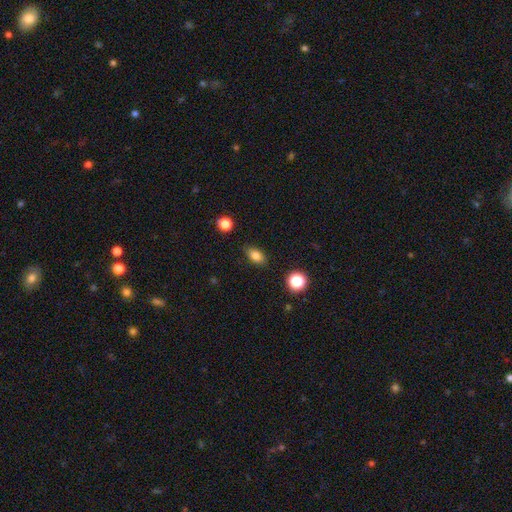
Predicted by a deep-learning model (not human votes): This appears to be a smooth galaxy with no disk features (82%) that is in between round and cigar-shaped (82%). Merging: none (85%).